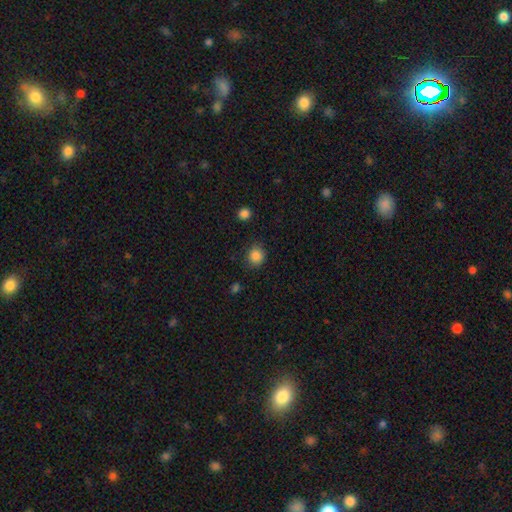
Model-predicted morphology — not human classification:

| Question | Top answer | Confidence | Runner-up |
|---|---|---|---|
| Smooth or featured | smooth | 86% | star or artifact (11%) |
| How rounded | round | 83% | in between (16%) |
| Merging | none | 84% | minor disturbance (11%) |